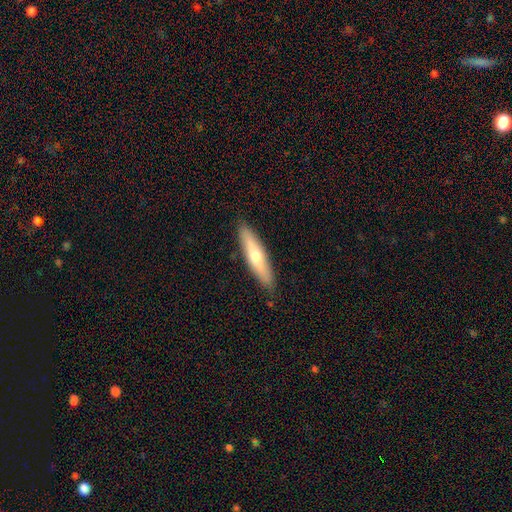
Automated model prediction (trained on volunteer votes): Morphology: type=smooth (53%); roundness=cigar-shaped (81%); merging=none (88%).